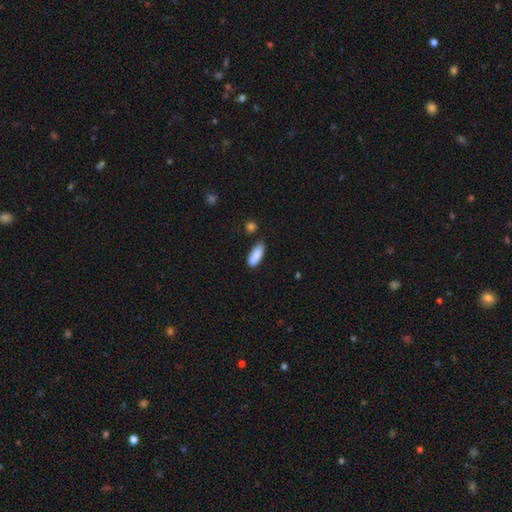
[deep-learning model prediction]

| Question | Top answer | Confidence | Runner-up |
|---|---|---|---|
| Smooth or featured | smooth | 88% | star or artifact (7%) |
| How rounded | in between | 74% | cigar-shaped (24%) |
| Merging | none | 70% | minor disturbance (20%) |